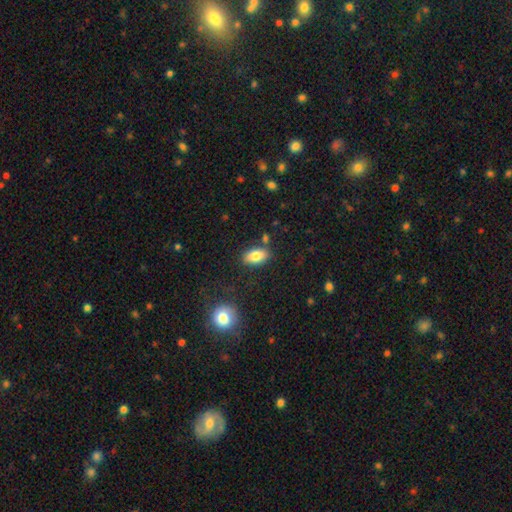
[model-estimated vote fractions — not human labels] smooth 81%, featured or disk 11%, star or artifact 8%. Down the decision tree: how rounded — in between (91%); merging — none (81%).